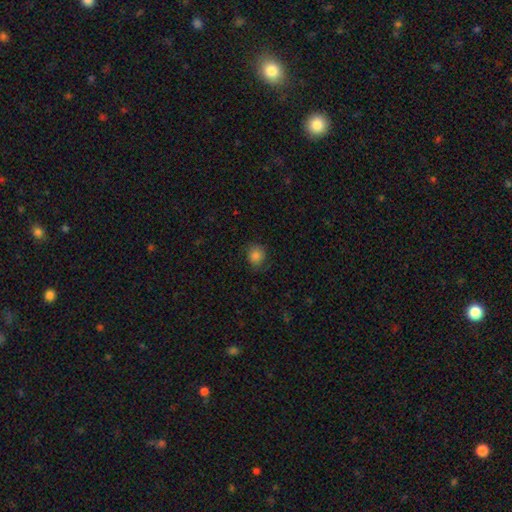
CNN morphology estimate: Smooth or featured? smooth (84%)
How rounded? round (80%)
Merging? none (79%)